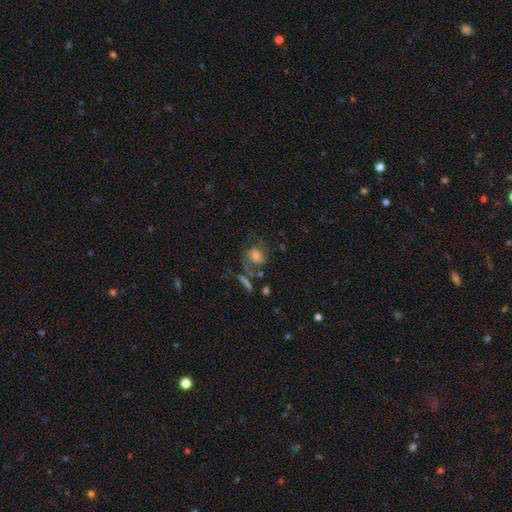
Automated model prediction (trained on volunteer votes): Smooth or featured? featured or disk (55%)
Edge-on disk? no (96%)
Bar? no (57%)
Spiral arms? yes (79%)
Bulge size? moderate (43%)
Merging? none (46%)